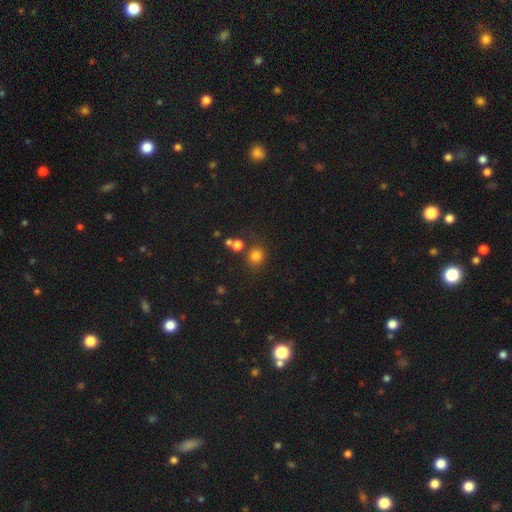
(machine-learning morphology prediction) Smooth or featured? smooth (79%)
How rounded? round (88%)
Merging? none (72%)